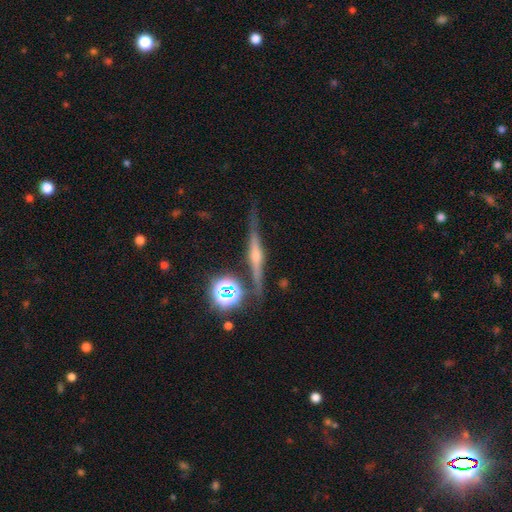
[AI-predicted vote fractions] A featured or disk galaxy (72%) viewed edge-on (96%) with a rounded central bulge (81%).

Vote fractions:
- Smooth or featured? featured or disk: 72% / smooth: 14% / star or artifact: 13%
- Edge-on disk? yes: 96% / no: 4%
- Edge-on bulge? rounded: 81% / boxy: 10% / none: 8%
- Merging? none: 83% / minor disturbance: 11% / merger: 3% / major disturbance: 3%